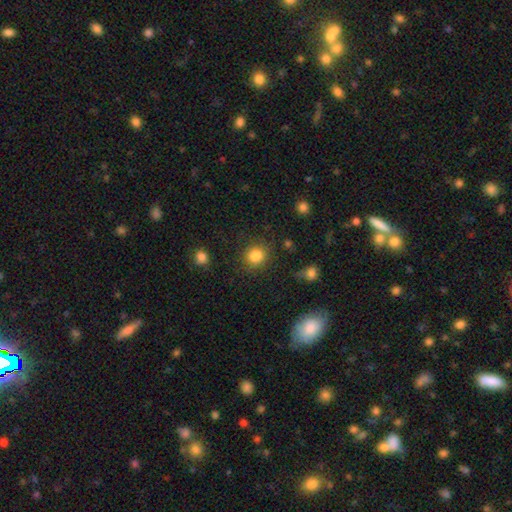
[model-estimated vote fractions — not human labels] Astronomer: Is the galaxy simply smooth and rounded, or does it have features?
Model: smooth — 85%.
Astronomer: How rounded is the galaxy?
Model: round — 88%.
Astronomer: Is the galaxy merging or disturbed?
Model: none — 85%.